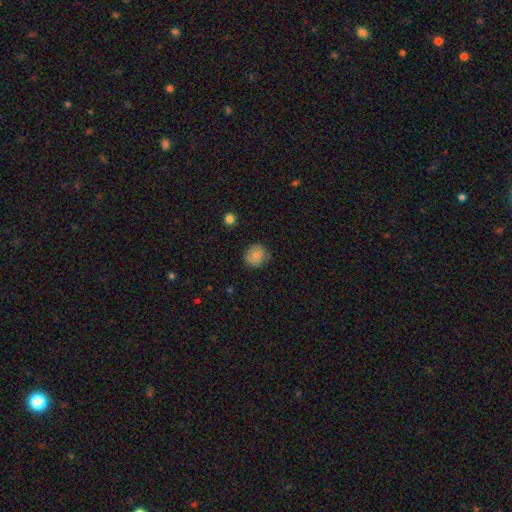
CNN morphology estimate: This appears to be a smooth galaxy with no disk features (83%) that is round (85%). Merging: none (80%).